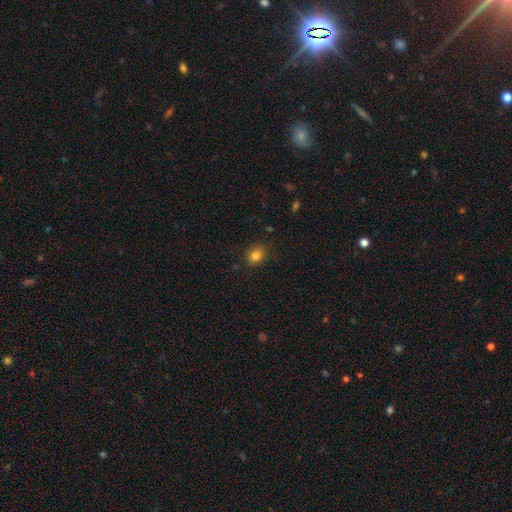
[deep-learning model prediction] Smooth or featured? smooth (82%)
How rounded? round (53%)
Merging? none (83%)